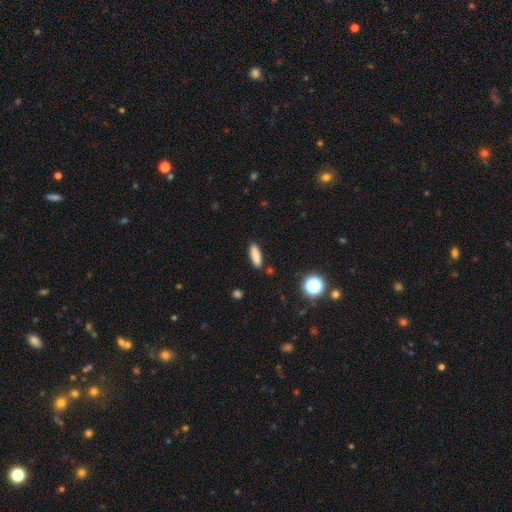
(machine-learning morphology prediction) Overall: smooth (84%). How rounded: cigar-shaped (53%; in between 44%). Merging: none (87%).